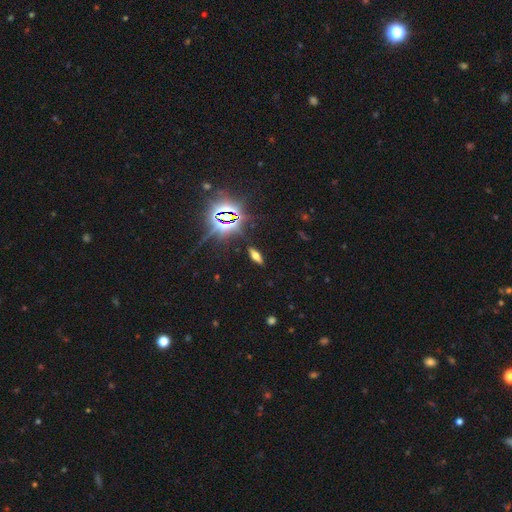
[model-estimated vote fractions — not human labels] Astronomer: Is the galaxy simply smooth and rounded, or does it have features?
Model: smooth — 42% (runner-up: star or artifact, 35%).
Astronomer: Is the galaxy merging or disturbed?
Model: none — 87%.